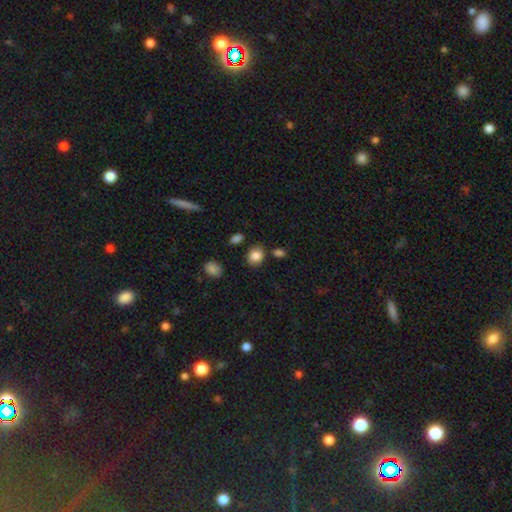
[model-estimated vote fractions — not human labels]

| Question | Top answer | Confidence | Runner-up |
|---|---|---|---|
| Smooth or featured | smooth | 85% | star or artifact (10%) |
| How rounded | round | 53% | in between (46%) |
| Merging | none | 78% | minor disturbance (13%) |